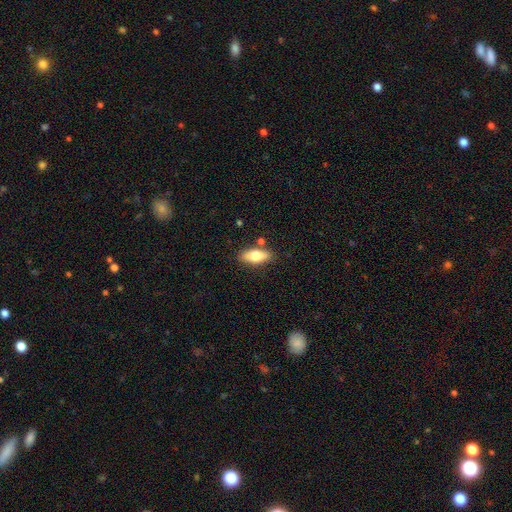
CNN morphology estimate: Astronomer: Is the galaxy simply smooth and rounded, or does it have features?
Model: smooth — 70%.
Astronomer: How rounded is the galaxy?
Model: in between — 76%.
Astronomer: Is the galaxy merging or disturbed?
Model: none — 80%.